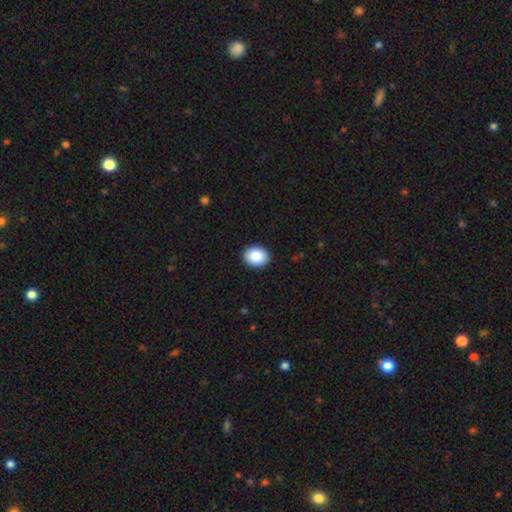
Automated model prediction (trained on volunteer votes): Smooth or featured: smooth — 88% (star or artifact — 7%)
How rounded: in between — 51% (round — 48%)
Merging: none — 91% (minor disturbance — 6%)